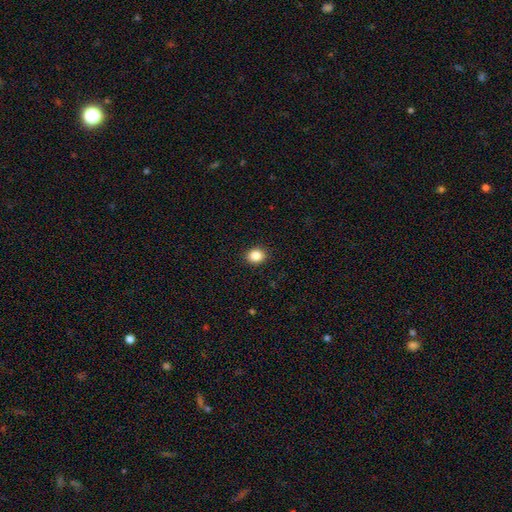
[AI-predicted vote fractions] smooth_or_featured: smooth (p=0.86) [alt: star or artifact p=0.10]
how_rounded: round (p=0.65) [alt: in between p=0.34]
merging: none (p=0.91) [alt: minor disturbance p=0.06]